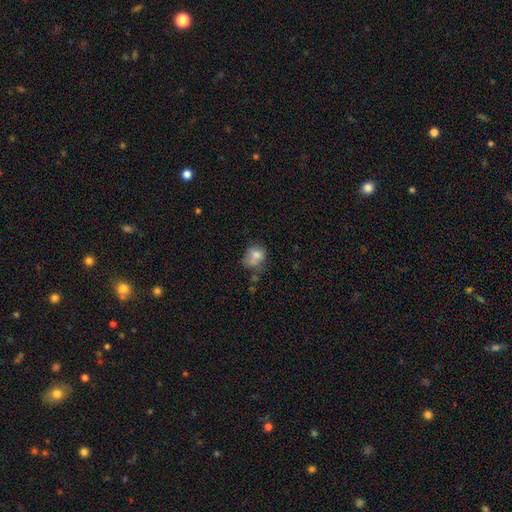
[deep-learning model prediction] Overall: smooth (70%). How rounded: in between (52%; round 47%). Merging: none (33%; minor disturbance 26%).